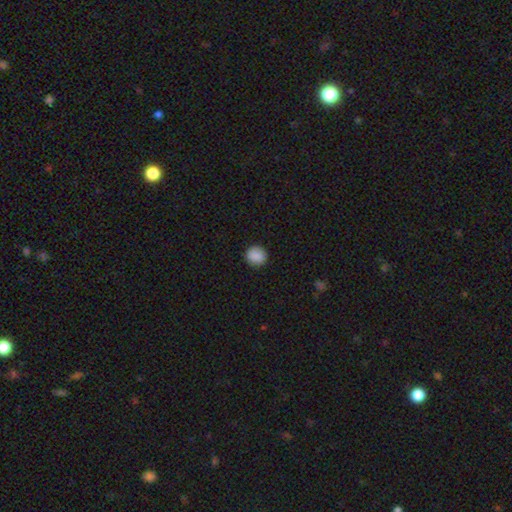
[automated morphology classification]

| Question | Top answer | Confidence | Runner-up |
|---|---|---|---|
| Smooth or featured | smooth | 88% | star or artifact (8%) |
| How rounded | round | 89% | in between (10%) |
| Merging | none | 91% | minor disturbance (6%) |